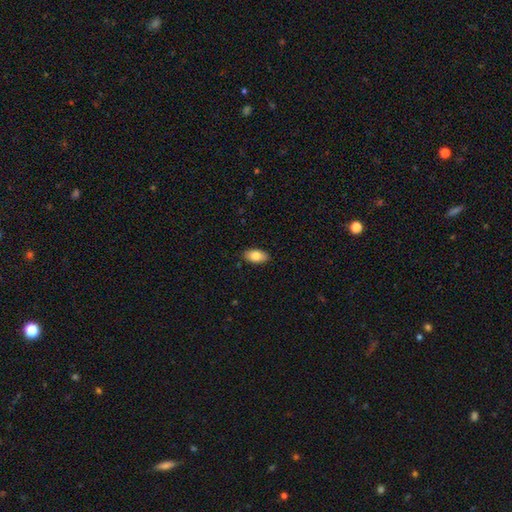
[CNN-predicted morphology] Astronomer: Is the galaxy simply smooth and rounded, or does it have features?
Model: smooth — 84%.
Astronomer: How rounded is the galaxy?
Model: in between — 93%.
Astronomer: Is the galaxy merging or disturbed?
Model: none — 88%.